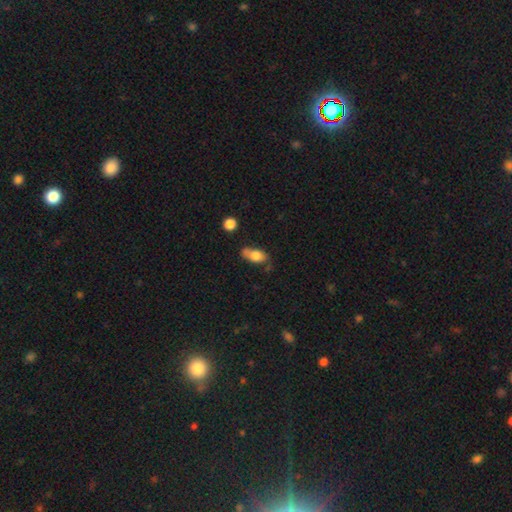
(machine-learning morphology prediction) A smooth galaxy with no disk features (75%) that is in between round and cigar-shaped (86%).

Vote fractions:
- Smooth or featured? smooth: 75% / featured or disk: 18% / star or artifact: 7%
- How rounded? in between: 86% / cigar-shaped: 9% / round: 6%
- Merging? none: 58% / minor disturbance: 27% / major disturbance: 7% / merger: 7%